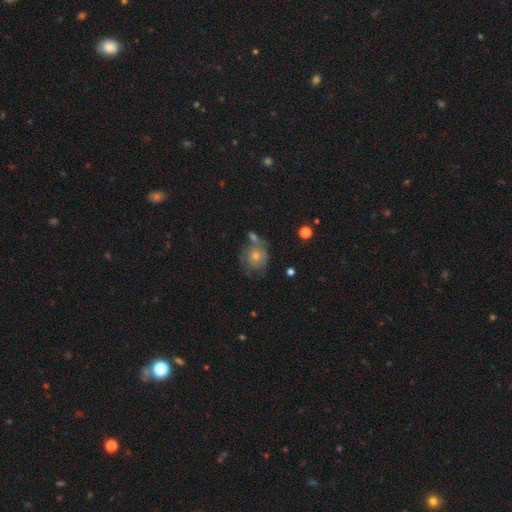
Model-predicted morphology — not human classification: This appears to be a featured or disk galaxy (43%). Merging: none (62%).